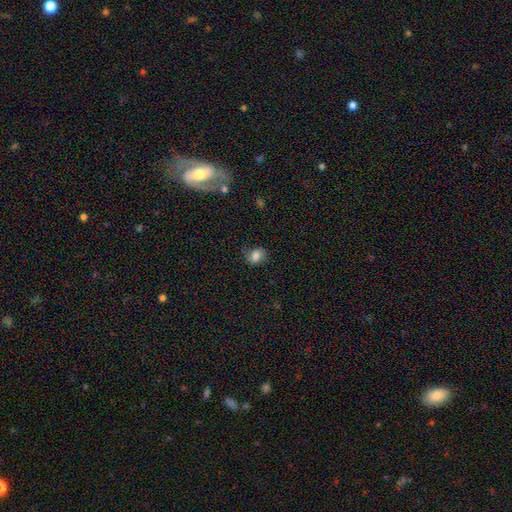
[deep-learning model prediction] A smooth galaxy with no disk features (76%) that is round (51%). Merging: none (70%).